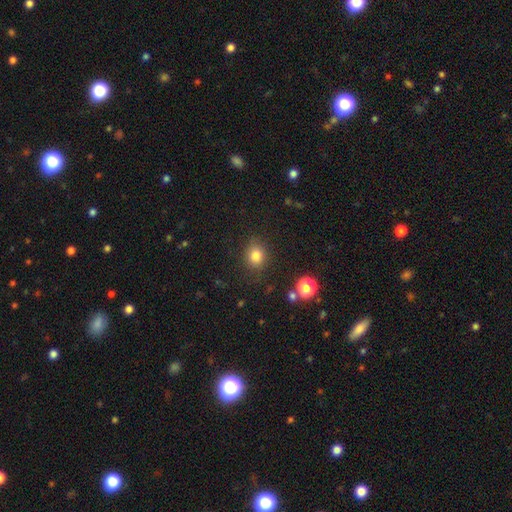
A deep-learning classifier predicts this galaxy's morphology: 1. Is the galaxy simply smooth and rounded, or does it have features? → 81% smooth, 13% star or artifact, 6% featured or disk.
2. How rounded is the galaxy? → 62% round, 37% in between, 1% cigar-shaped.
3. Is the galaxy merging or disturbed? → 83% none, 11% minor disturbance, 4% major disturbance, 2% merger.